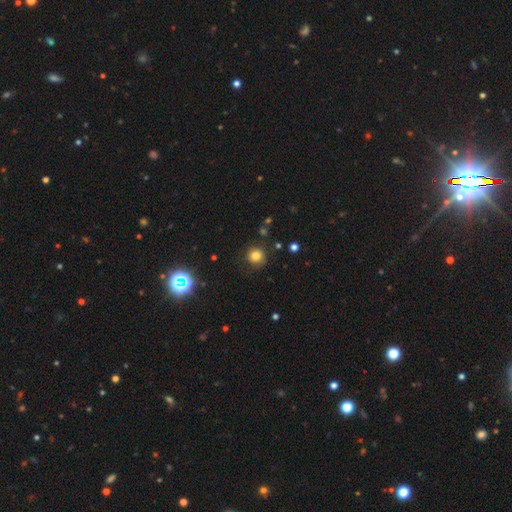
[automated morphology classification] A smooth galaxy with no disk features (78%) that is round (93%). Merging: none (84%).